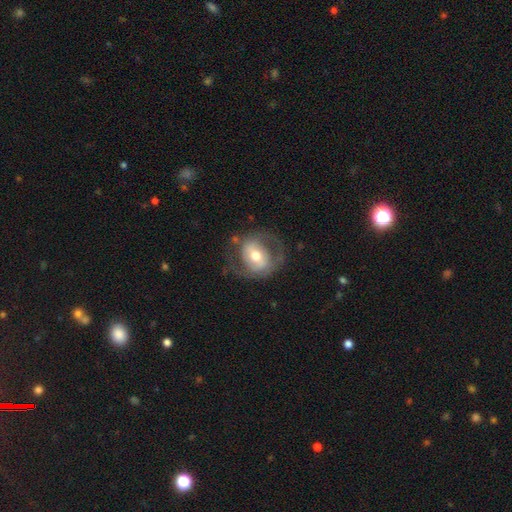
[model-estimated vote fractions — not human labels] Overall: featured or disk (58%; smooth 36%). Edge-on disk: no (95%). Bar: no (40%; weak 34%). Spiral arms: no (55%; yes 45%). Bulge size: moderate (72%). Merging: none (64%).